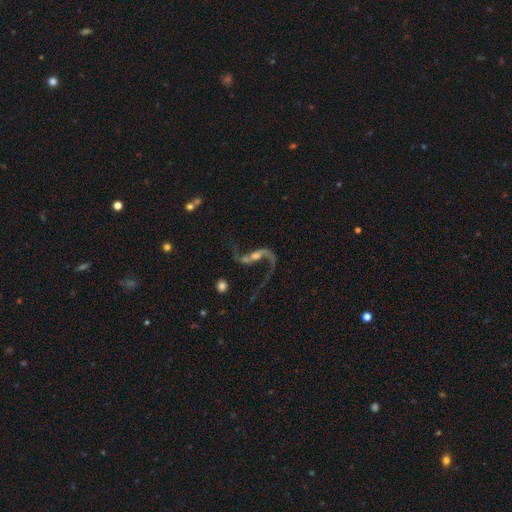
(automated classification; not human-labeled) Morphology: type=featured or disk (88%); edge-on=no (94%); bar=weak (36%); spiral arms=yes (96%); winding=loose (85%); arm count=2 (89%); bulge=small (44%); merging=none (59%).